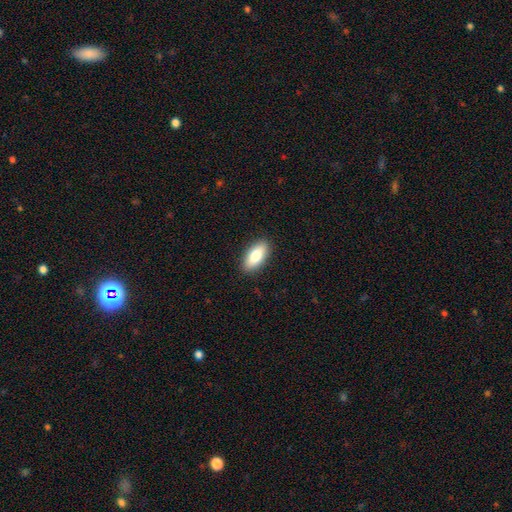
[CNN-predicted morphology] Smooth or featured? smooth (80%)
How rounded? in between (86%)
Merging? none (89%)